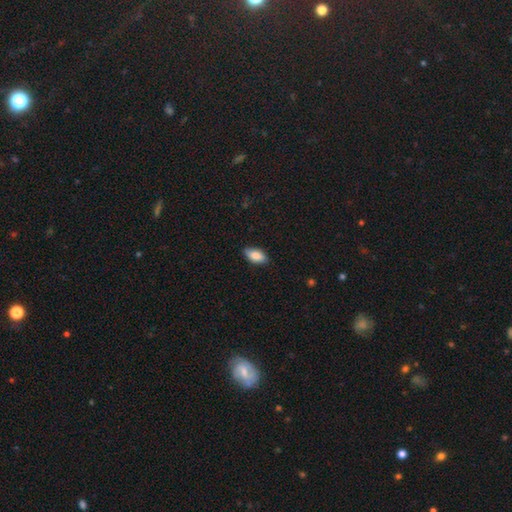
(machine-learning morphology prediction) Overall: smooth (84%). How rounded: in between (91%). Merging: none (87%).